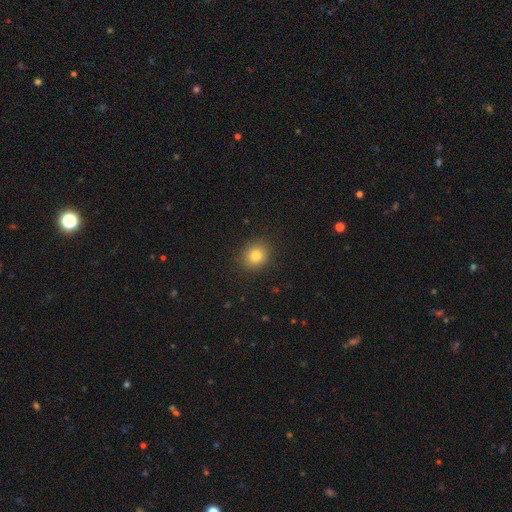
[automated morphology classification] Smooth or featured? smooth (81%)
How rounded? round (76%)
Merging? none (89%)